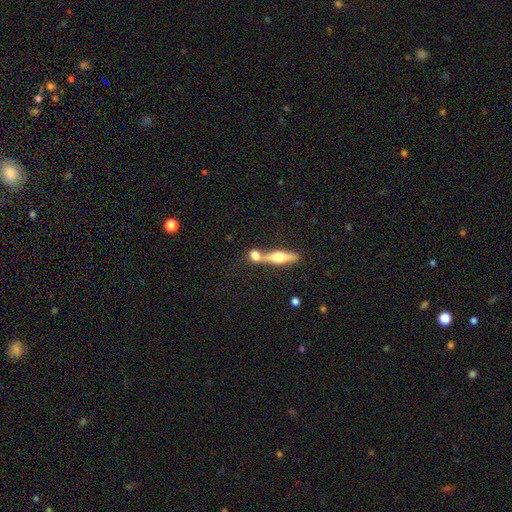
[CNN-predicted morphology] Overall: smooth (55%; featured or disk 36%). How rounded: round (37%; in between 32%). Merging: none (47%; merger 41%).